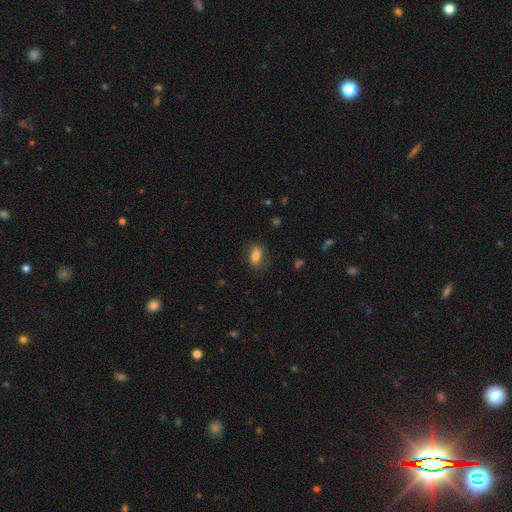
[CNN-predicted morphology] Smooth or featured? smooth (79%)
How rounded? in between (85%)
Merging? none (77%)